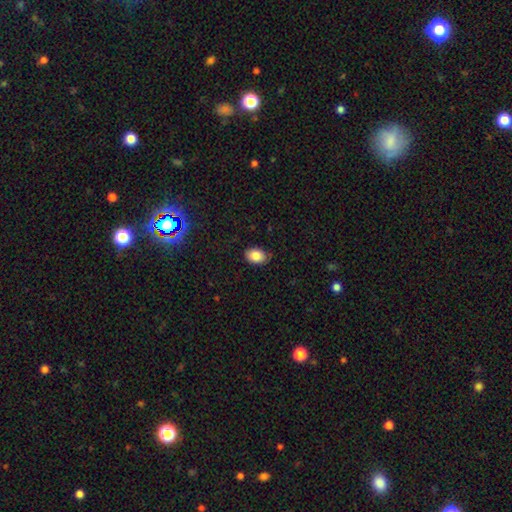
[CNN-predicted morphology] Smooth or featured?
  - smooth: 84% *
  - star or artifact: 9%
  - featured or disk: 8%
How rounded?
  - in between: 80% *
  - round: 19%
  - cigar-shaped: 1%
Merging?
  - none: 81% *
  - minor disturbance: 16%
  - major disturbance: 3%
  - merger: 1%